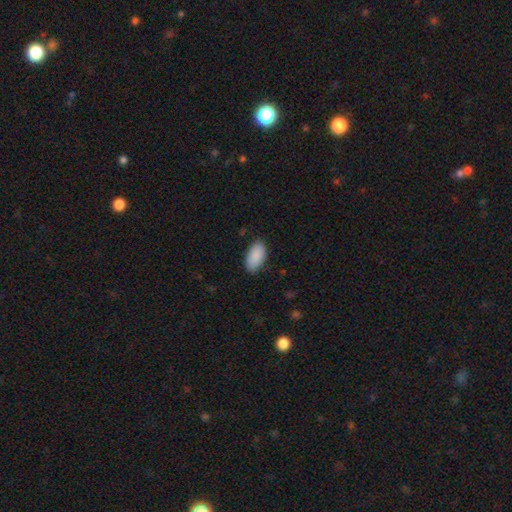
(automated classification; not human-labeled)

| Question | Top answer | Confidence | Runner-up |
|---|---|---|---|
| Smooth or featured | smooth | 90% | star or artifact (6%) |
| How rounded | in between | 95% | cigar-shaped (3%) |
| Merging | none | 85% | minor disturbance (12%) |